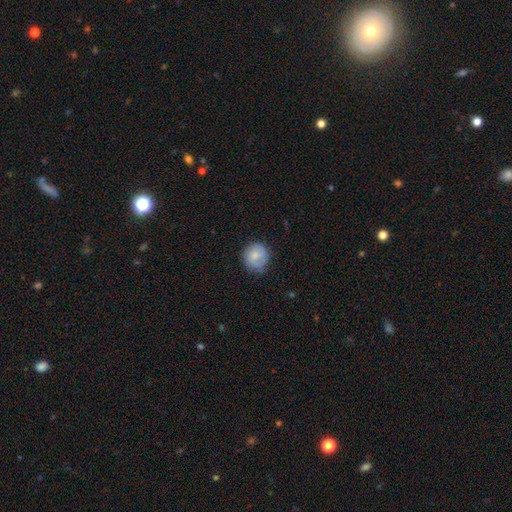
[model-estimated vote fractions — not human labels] Smooth or featured?
  - smooth: 64% *
  - featured or disk: 29%
  - star or artifact: 7%
How rounded?
  - round: 86% *
  - in between: 13%
  - cigar-shaped: 1%
Merging?
  - none: 74% *
  - minor disturbance: 19%
  - major disturbance: 5%
  - merger: 1%